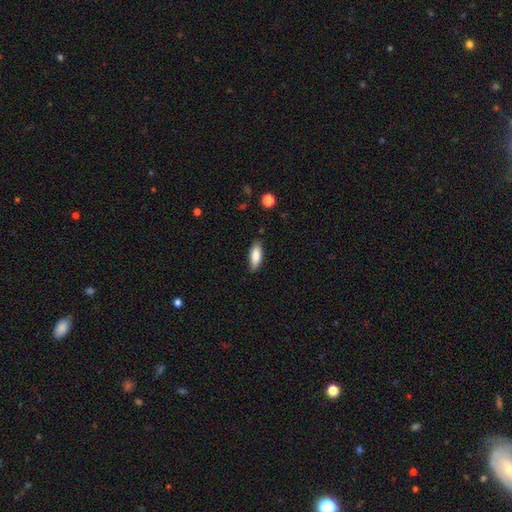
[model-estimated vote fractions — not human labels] The model was most divided on "how rounded": in between: 72%, cigar-shaped: 26%, round: 2%. More confident: merging — none (83%); smooth or featured — smooth (82%).